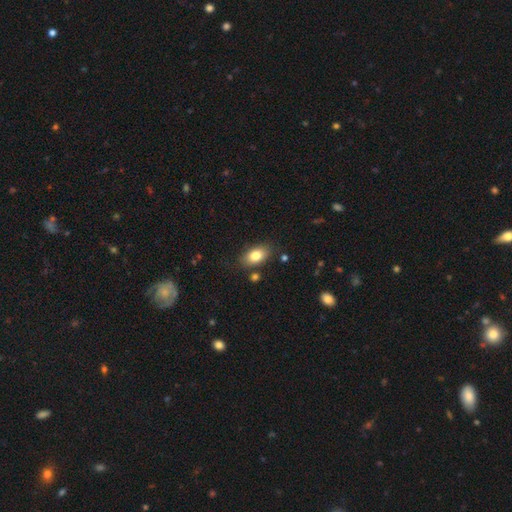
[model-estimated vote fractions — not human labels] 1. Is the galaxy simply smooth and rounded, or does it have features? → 81% smooth, 11% featured or disk, 8% star or artifact.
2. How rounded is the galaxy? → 88% in between, 9% round, 2% cigar-shaped.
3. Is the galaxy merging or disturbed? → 80% none, 13% minor disturbance, 4% merger, 3% major disturbance.